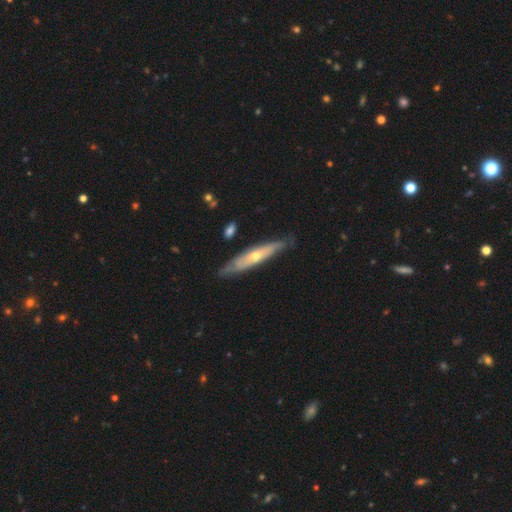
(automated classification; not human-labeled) The model was most divided on "edge-on disk": yes: 58%, no: 42%. More confident: merging — none (75%); smooth or featured — featured or disk (63%).